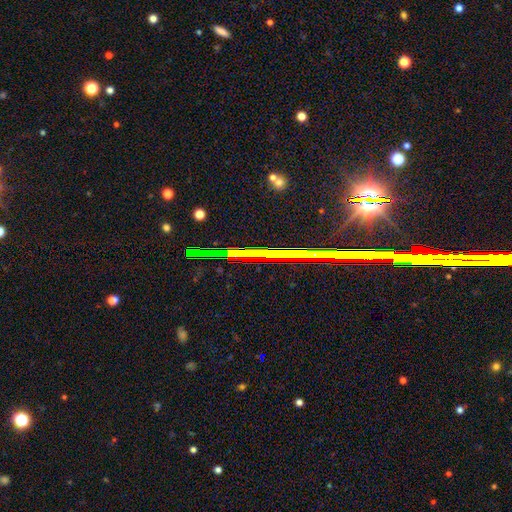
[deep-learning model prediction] Morphology: type=star or artifact (67%).